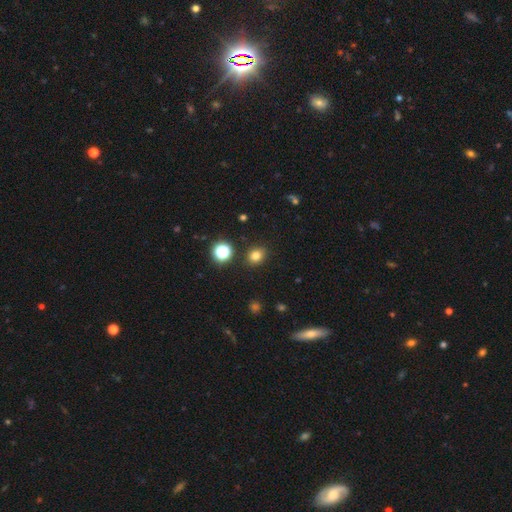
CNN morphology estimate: Overall: smooth (79%). How rounded: round (68%; in between 31%). Merging: none (88%).